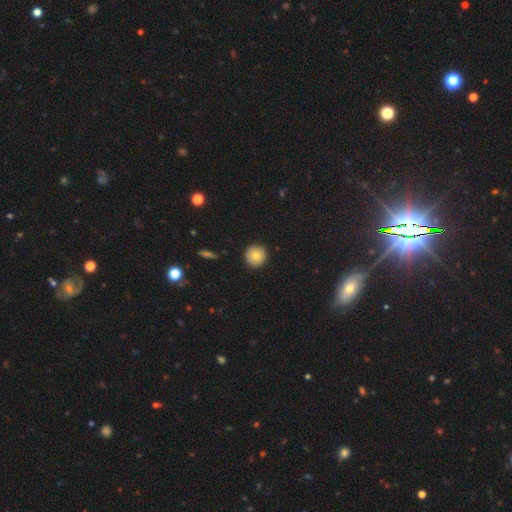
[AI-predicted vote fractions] This is likely a smooth galaxy (77%). How rounded: clearly round (96%). Merging: clearly none (92%).